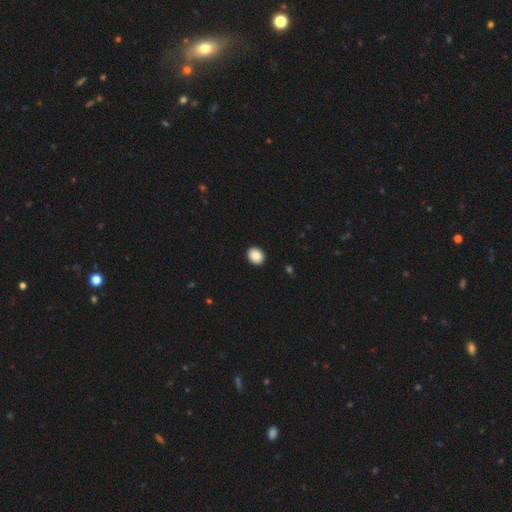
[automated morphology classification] Smooth or featured?
  - smooth: 89% *
  - star or artifact: 8%
  - featured or disk: 3%
How rounded?
  - round: 56% *
  - in between: 43%
  - cigar-shaped: 1%
Merging?
  - none: 92% *
  - minor disturbance: 5%
  - major disturbance: 2%
  - merger: 1%